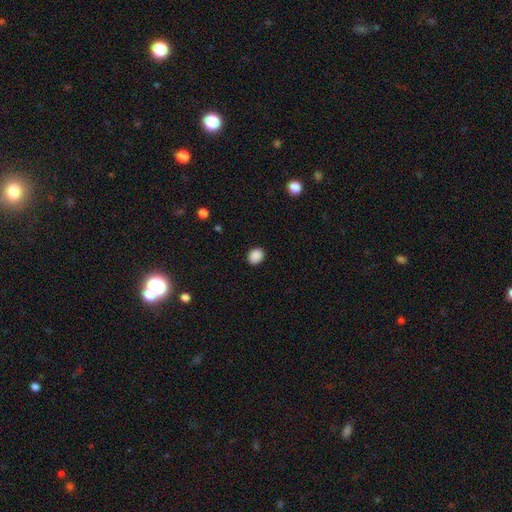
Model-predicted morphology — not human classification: Smooth or featured?
  - smooth: 89% *
  - star or artifact: 9%
  - featured or disk: 2%
How rounded?
  - round: 55% *
  - in between: 44%
  - cigar-shaped: 1%
Merging?
  - none: 89% *
  - minor disturbance: 8%
  - major disturbance: 2%
  - merger: 1%